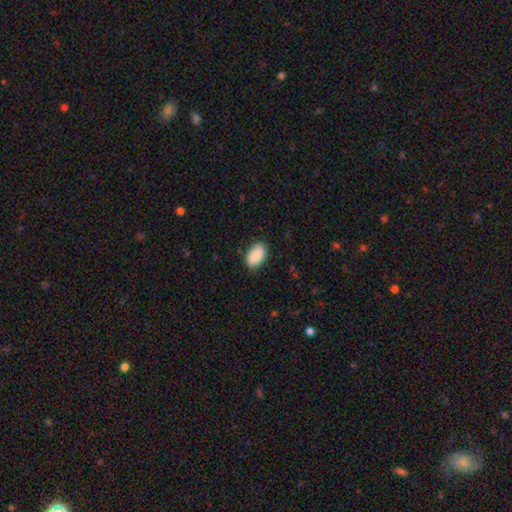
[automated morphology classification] Smooth or featured? smooth (89%)
How rounded? in between (92%)
Merging? none (82%)